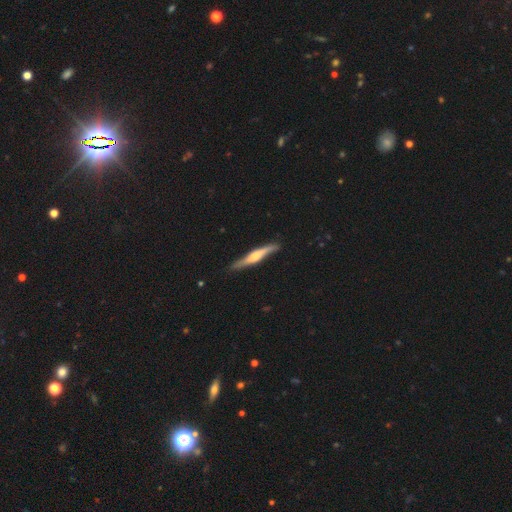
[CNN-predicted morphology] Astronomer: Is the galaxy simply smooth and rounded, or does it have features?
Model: featured or disk — 61%.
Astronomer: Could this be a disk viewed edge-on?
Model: yes — 93%.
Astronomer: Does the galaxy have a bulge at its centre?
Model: rounded — 74%.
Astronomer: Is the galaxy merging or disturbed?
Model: none — 83%.